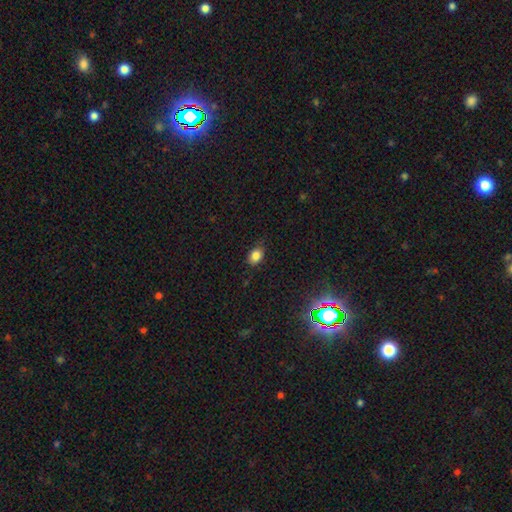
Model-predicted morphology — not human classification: Smooth or featured? smooth (82%)
How rounded? in between (72%)
Merging? none (77%)